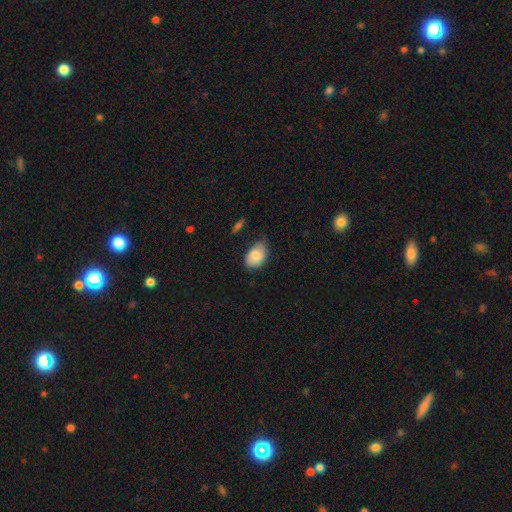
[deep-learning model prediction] Smooth or featured: smooth — 80% (featured or disk — 13%)
How rounded: in between — 82% (round — 17%)
Merging: none — 56% (minor disturbance — 36%)